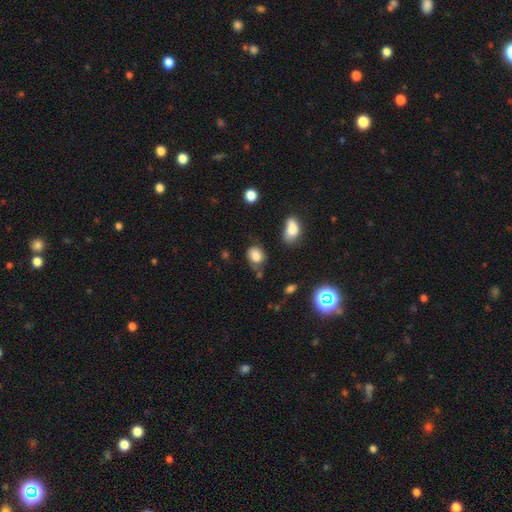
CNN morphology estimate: Smooth or featured?
  - smooth: 80% *
  - star or artifact: 12%
  - featured or disk: 8%
How rounded?
  - in between: 59% *
  - round: 40%
  - cigar-shaped: 1%
Merging?
  - none: 56% *
  - minor disturbance: 27%
  - major disturbance: 9%
  - merger: 8%